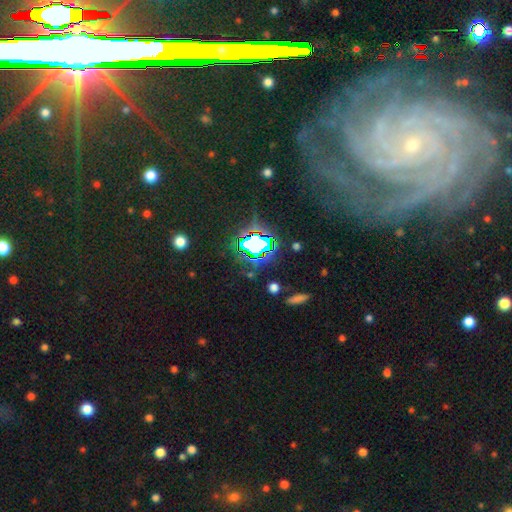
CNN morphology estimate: This is possibly a star or artifact rather than a galaxy (45%).